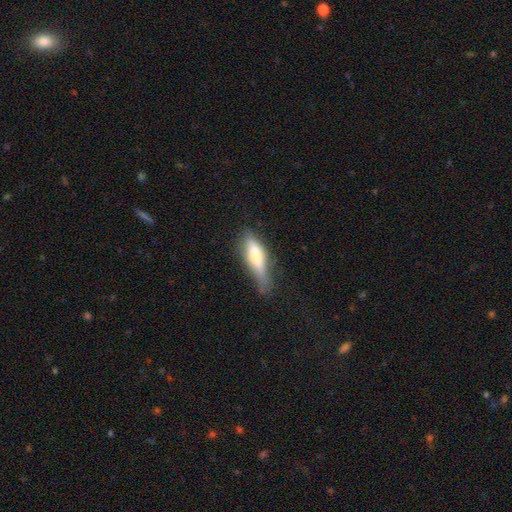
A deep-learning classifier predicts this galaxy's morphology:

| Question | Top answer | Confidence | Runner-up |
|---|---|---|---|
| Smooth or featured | smooth | 56% | featured or disk (37%) |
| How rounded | cigar-shaped | 64% | in between (33%) |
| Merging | none | 57% | minor disturbance (29%) |